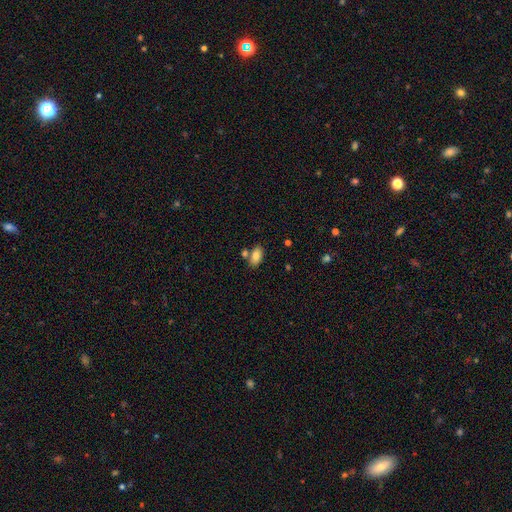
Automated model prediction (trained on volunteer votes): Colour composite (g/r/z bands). It shows a smooth galaxy with no disk features (82%) that is in between round and cigar-shaped (91%). Merging: none (64%).